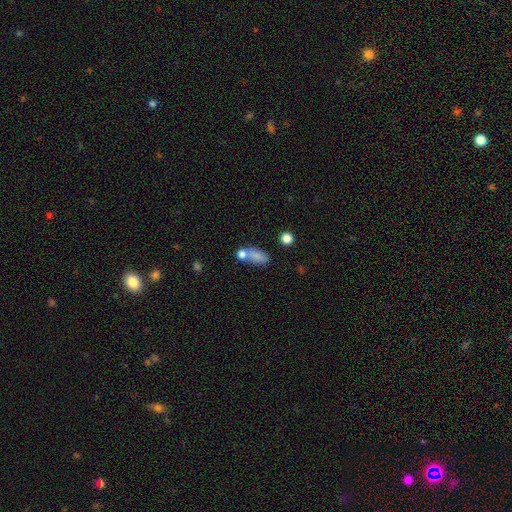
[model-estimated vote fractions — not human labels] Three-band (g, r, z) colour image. It shows a smooth galaxy with no disk features (77%) that is in between round and cigar-shaped (78%). Merging: none (39%).